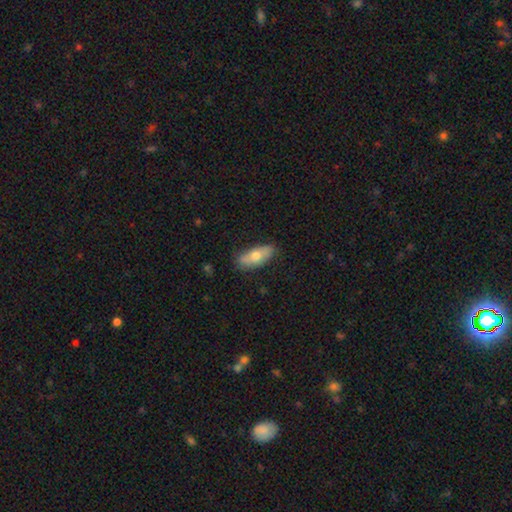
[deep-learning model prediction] smooth_or_featured: smooth (p=0.66) [alt: featured or disk p=0.28]
how_rounded: in between (p=0.75) [alt: cigar-shaped p=0.22]
merging: none (p=0.80) [alt: minor disturbance p=0.16]